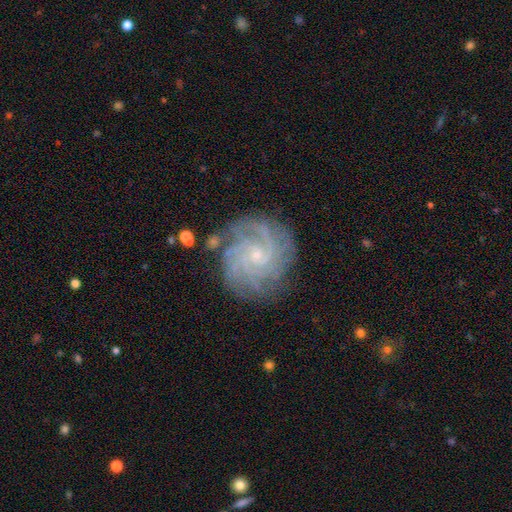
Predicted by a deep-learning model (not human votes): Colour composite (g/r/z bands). It shows a featured or disk galaxy (87%) with no bar (71%), 4 (32%) tight (74%) spiral arms (98%) and a small central bulge (85%). Merging: none (79%).